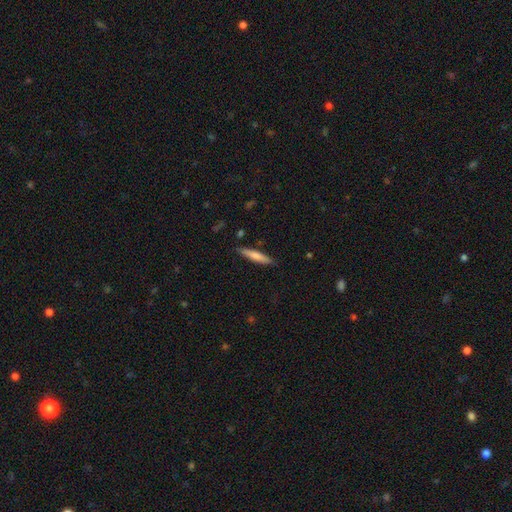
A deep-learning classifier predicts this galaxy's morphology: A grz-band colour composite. It shows a smooth galaxy with no disk features (71%) that is cigar-shaped (89%). Merging: none (86%).